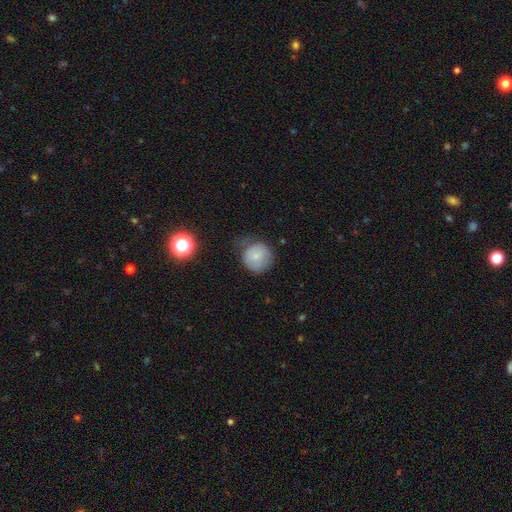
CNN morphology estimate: type=smooth (76%); roundness=round (88%); merging=none (50%).